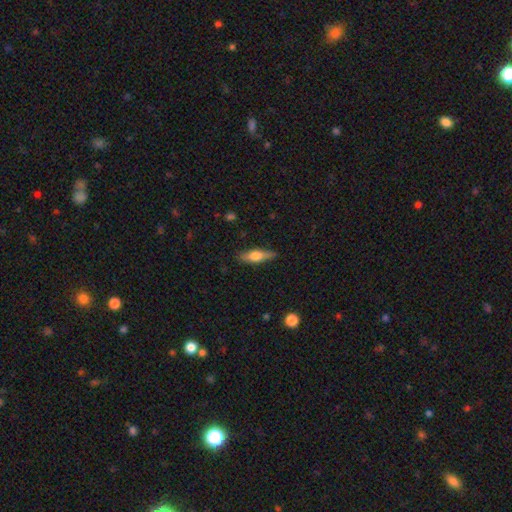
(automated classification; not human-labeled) Overall: smooth (57%; featured or disk 37%). How rounded: cigar-shaped (60%; in between 37%). Merging: none (85%).